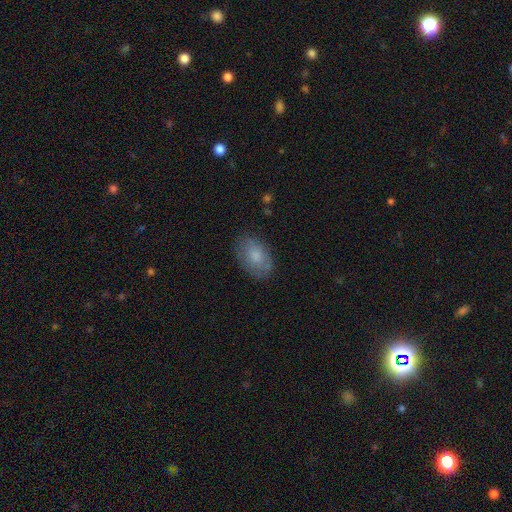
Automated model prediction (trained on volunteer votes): This appears to be a smooth galaxy with no disk features (77%) that is in between round and cigar-shaped (89%). Merging: none (78%).